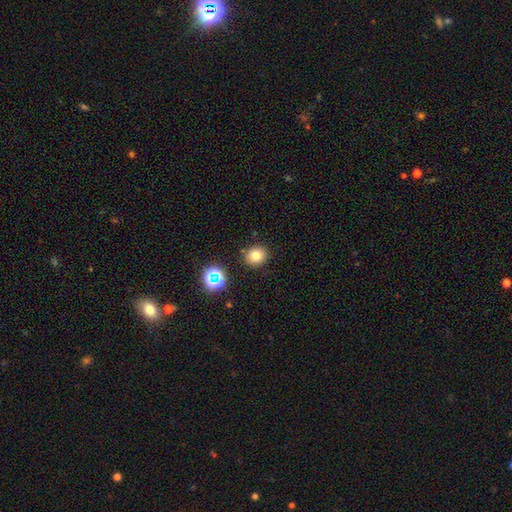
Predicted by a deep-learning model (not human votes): Smooth or featured? Predicted: smooth (p=0.75). How rounded? Predicted: round (p=0.81). Merging? Predicted: none (p=0.87).